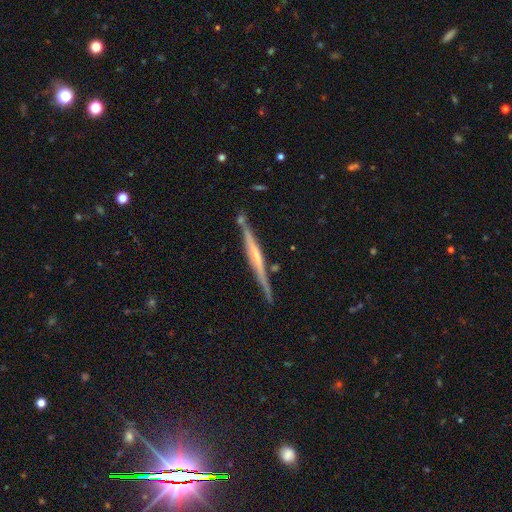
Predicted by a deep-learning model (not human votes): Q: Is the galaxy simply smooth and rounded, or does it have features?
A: featured or disk — 74%.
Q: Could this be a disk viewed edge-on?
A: yes — 98%.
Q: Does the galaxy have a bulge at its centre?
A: none — 47%.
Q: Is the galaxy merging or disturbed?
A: none — 82%.